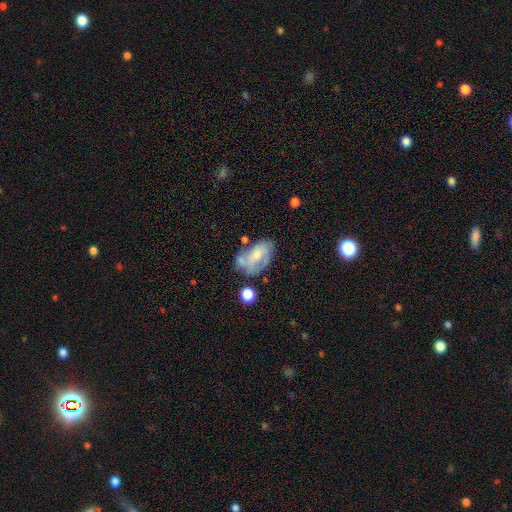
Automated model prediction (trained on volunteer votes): A featured or disk galaxy (48%). Merging: none (36%).